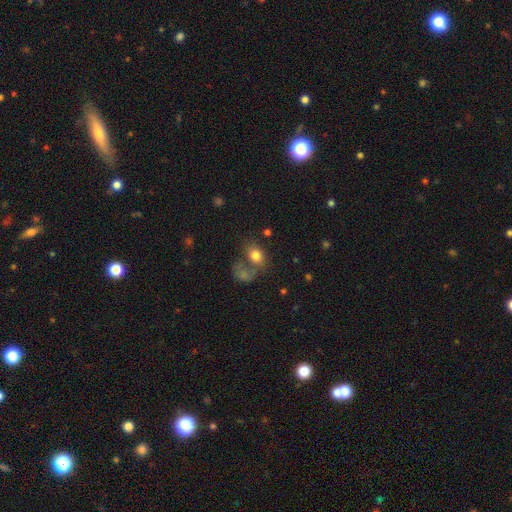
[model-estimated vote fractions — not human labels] Morphology: type=smooth (77%); roundness=in between (60%); merging=none (40%).